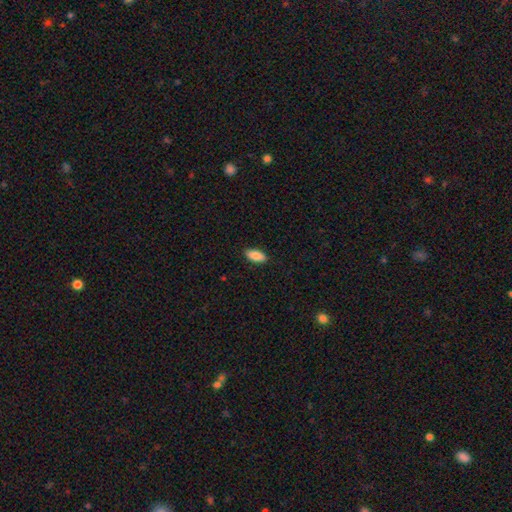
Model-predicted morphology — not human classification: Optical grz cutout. It shows a smooth galaxy with no disk features (89%) that is in between round and cigar-shaped (89%). Merging: none (89%).